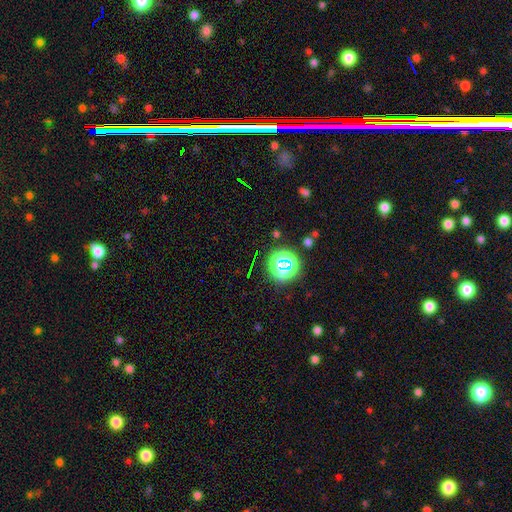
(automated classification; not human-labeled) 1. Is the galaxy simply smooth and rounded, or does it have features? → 69% star or artifact, 22% smooth, 9% featured or disk.